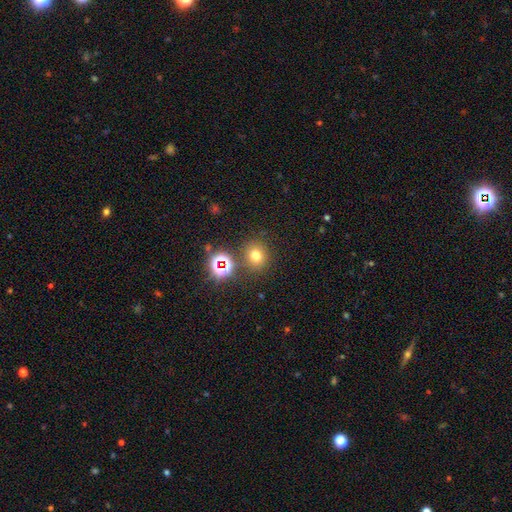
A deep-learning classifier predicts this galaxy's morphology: smooth-or-featured: smooth: 66% | star or artifact: 25% | featured or disk: 8%
  how-rounded: round: 82% | in between: 17% | cigar-shaped: 1%
  merging: none: 81% | minor disturbance: 8% | merger: 7% | major disturbance: 4%